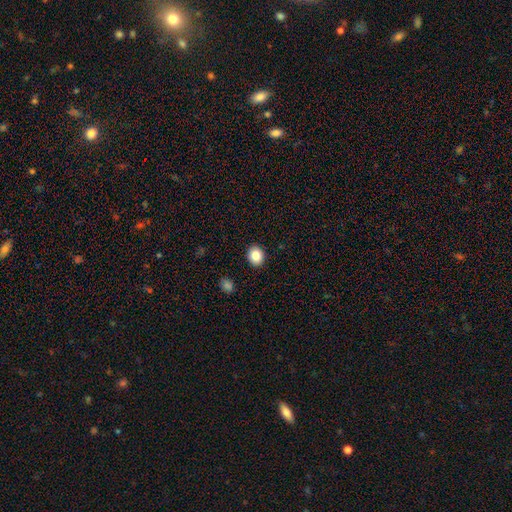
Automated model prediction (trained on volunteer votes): Q: Smooth or featured?
A: smooth (85%); runner-up: star or artifact (9%)
Q: How rounded?
A: round (61%); runner-up: in between (38%)
Q: Merging?
A: none (91%); runner-up: minor disturbance (6%)